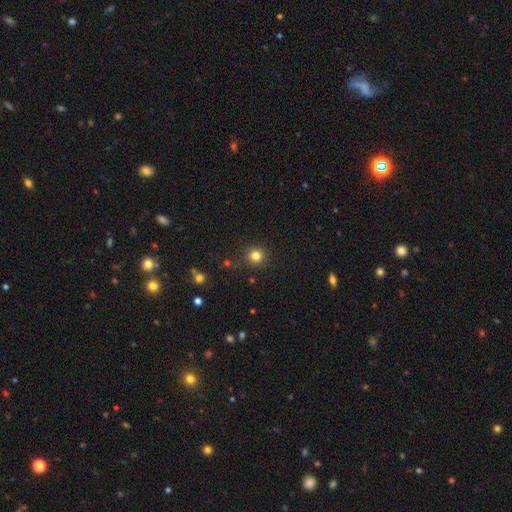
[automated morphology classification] This appears to be a smooth galaxy with no disk features (81%) that is round (93%). Merging: none (87%).